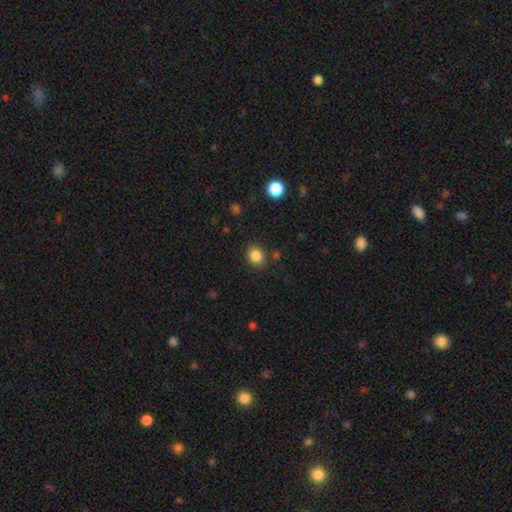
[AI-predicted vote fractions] A smooth galaxy with no disk features (86%) that is round (81%). Merging: none (85%).